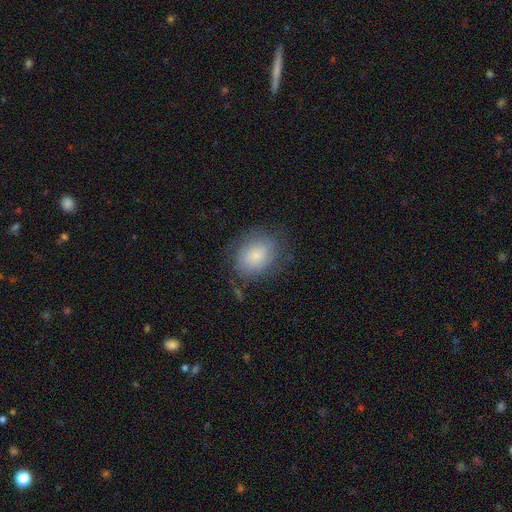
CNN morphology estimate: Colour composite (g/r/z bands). It shows a smooth galaxy with no disk features (73%) that is in between round and cigar-shaped (55%). Merging: none (69%).